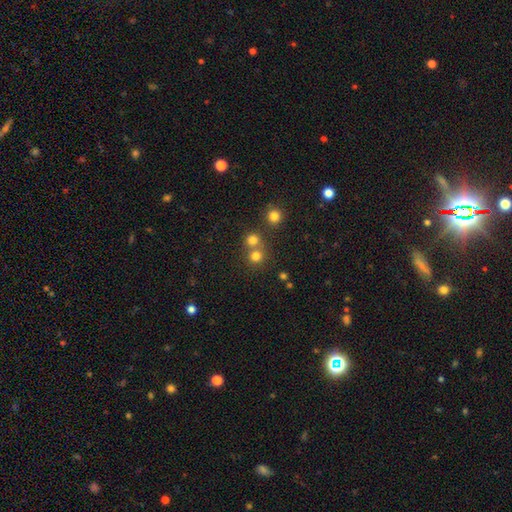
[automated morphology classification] type=smooth (76%); roundness=round (89%); merging=none (55%).